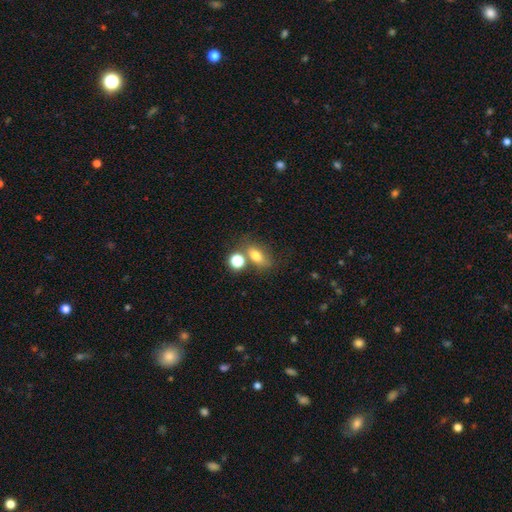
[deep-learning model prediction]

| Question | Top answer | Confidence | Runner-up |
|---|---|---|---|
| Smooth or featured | smooth | 73% | star or artifact (13%) |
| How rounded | in between | 73% | round (22%) |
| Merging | none | 55% | merger (23%) |